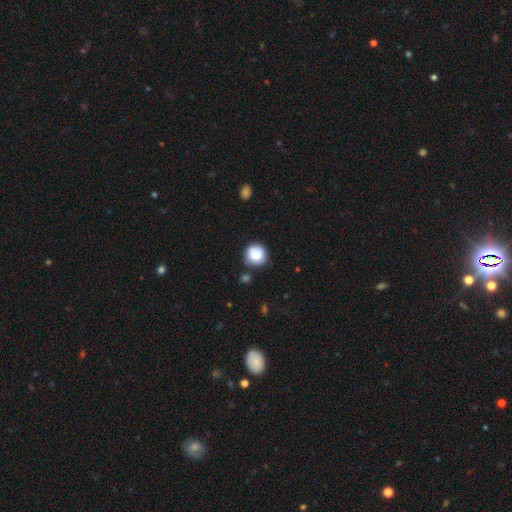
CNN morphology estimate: smooth-or-featured: smooth: 80% | featured or disk: 11% | star or artifact: 8%
  how-rounded: round: 91% | in between: 9% | cigar-shaped: 1%
  merging: none: 72% | minor disturbance: 18% | merger: 5% | major disturbance: 5%